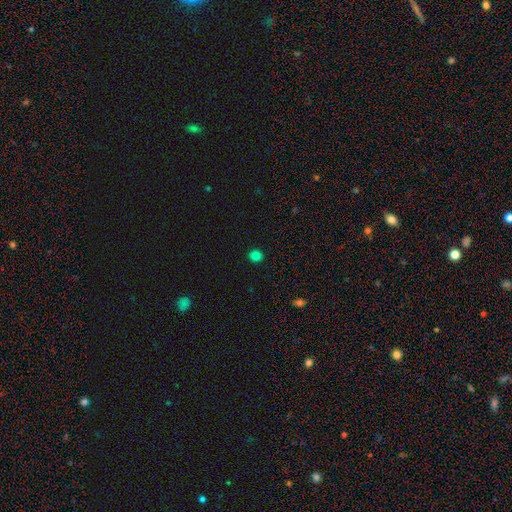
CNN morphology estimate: A smooth galaxy with no disk features (83%) that is round (86%).

Vote fractions:
- Smooth or featured? smooth: 83% / star or artifact: 14% / featured or disk: 3%
- How rounded? round: 86% / in between: 13% / cigar-shaped: 1%
- Merging? none: 93% / minor disturbance: 5% / major disturbance: 2% / merger: 1%